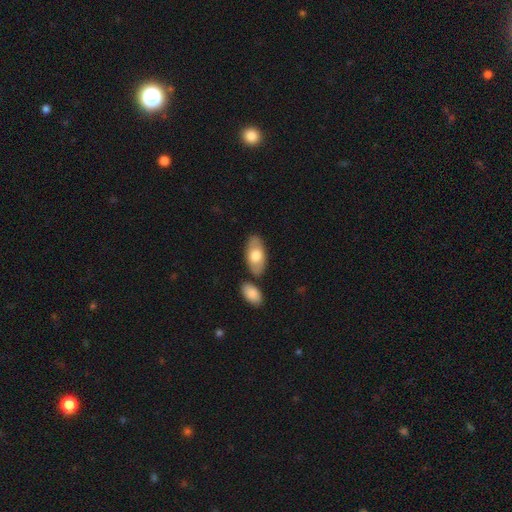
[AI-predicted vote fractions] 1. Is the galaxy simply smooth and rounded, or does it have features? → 69% smooth, 26% featured or disk, 5% star or artifact.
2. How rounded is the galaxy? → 93% in between, 3% cigar-shaped, 3% round.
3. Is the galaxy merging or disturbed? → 75% none, 12% minor disturbance, 10% merger, 3% major disturbance.